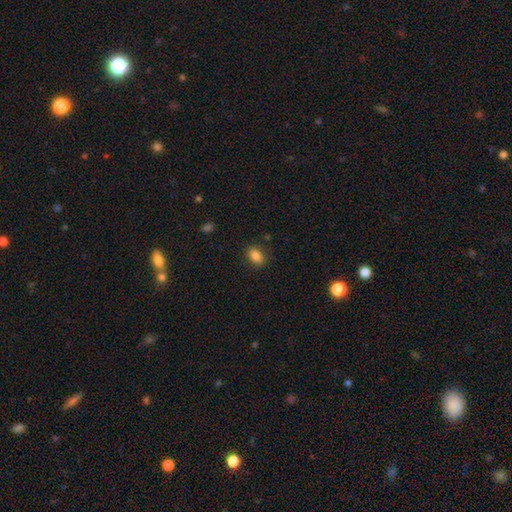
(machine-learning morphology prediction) Smooth or featured? Predicted: smooth (p=0.85). How rounded? Predicted: in between (p=0.81). Merging? Predicted: none (p=0.86).